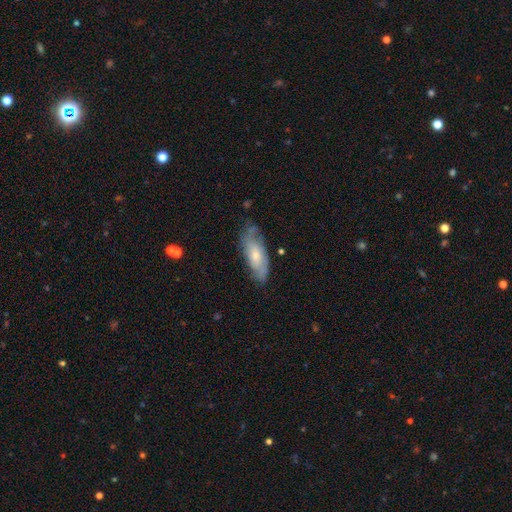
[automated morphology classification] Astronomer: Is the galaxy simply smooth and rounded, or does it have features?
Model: featured or disk — 53% (runner-up: smooth, 40%).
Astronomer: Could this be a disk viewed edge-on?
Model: no — 83%.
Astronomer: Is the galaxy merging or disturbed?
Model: none — 66%.